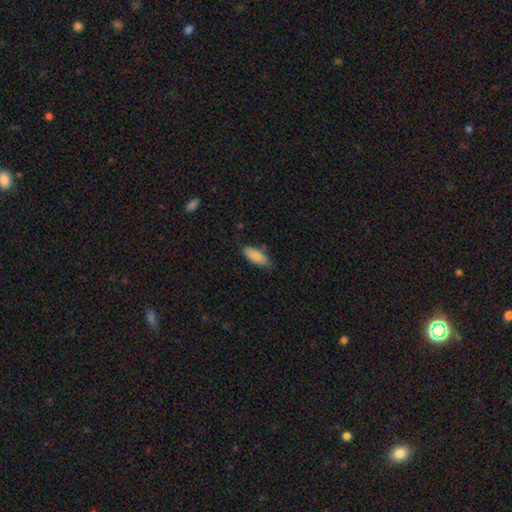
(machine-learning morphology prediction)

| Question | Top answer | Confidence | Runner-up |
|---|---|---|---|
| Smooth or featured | smooth | 88% | star or artifact (6%) |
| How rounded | in between | 81% | cigar-shaped (17%) |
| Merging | none | 75% | minor disturbance (20%) |